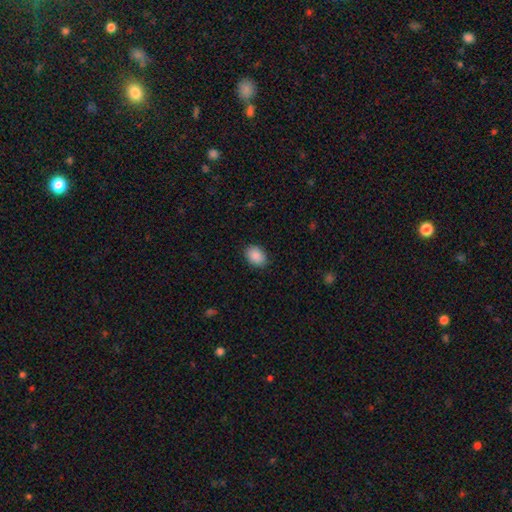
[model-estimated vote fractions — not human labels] The model was most divided on "how rounded": in between: 74%, round: 25%, cigar-shaped: 1%. More confident: smooth or featured — smooth (89%); merging — none (88%).